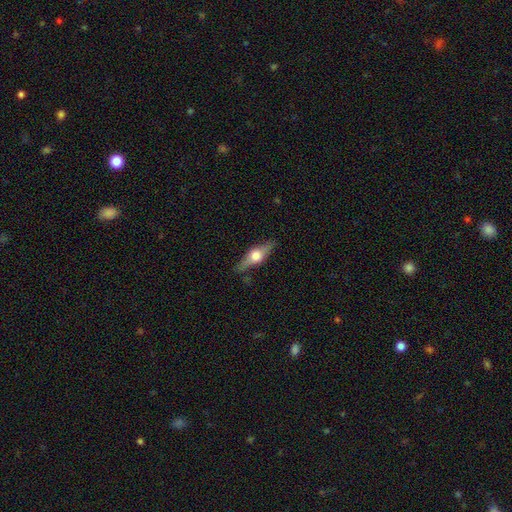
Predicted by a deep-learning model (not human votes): Smooth or featured? featured or disk (64%)
Edge-on disk? yes (93%)
Edge-on bulge? rounded (96%)
Merging? none (83%)